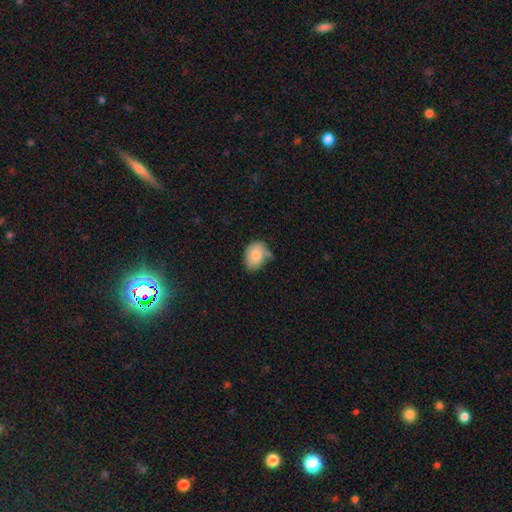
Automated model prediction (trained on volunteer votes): Overall: smooth (81%). How rounded: in between (68%; round 31%). Merging: none (52%; minor disturbance 34%).